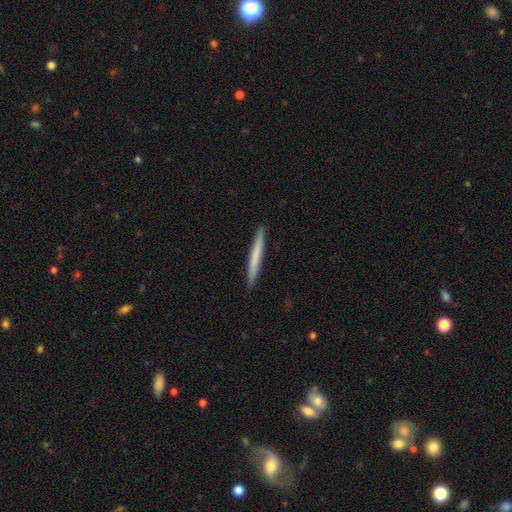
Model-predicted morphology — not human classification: A smooth galaxy with no disk features (65%) that is cigar-shaped (97%). Merging: none (93%).